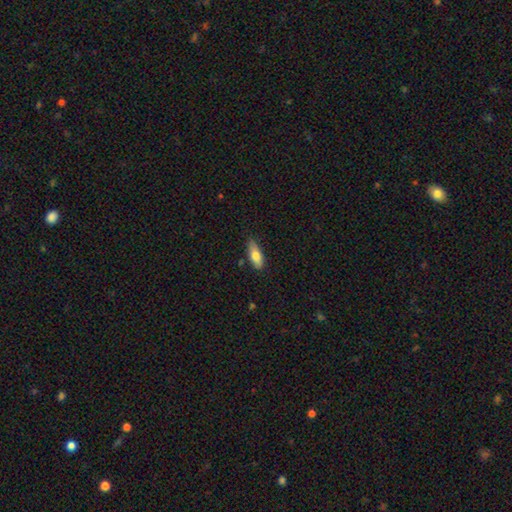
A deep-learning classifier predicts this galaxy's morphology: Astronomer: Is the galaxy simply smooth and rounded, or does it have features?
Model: smooth — 75%.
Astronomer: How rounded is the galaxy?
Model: in between — 71%.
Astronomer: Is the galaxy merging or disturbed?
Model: none — 78%.